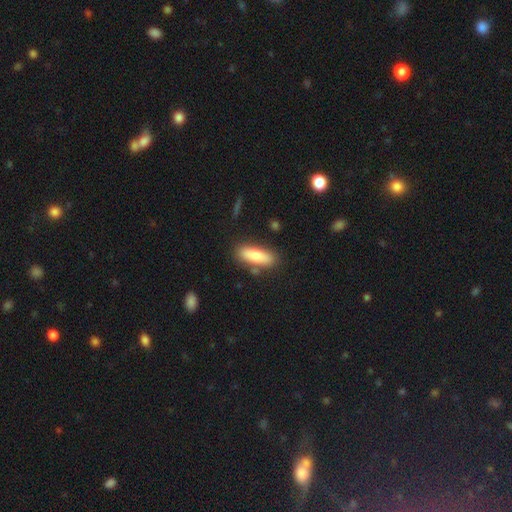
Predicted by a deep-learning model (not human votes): Smooth or featured: smooth — 80% (featured or disk — 14%)
How rounded: in between — 54% (cigar-shaped — 44%)
Merging: none — 80% (minor disturbance — 12%)